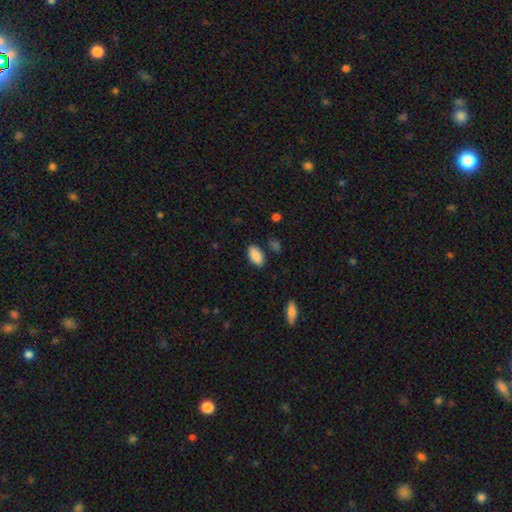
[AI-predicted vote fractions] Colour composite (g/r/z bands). It shows a smooth galaxy with no disk features (89%) that is in between round and cigar-shaped (94%). Merging: none (84%).